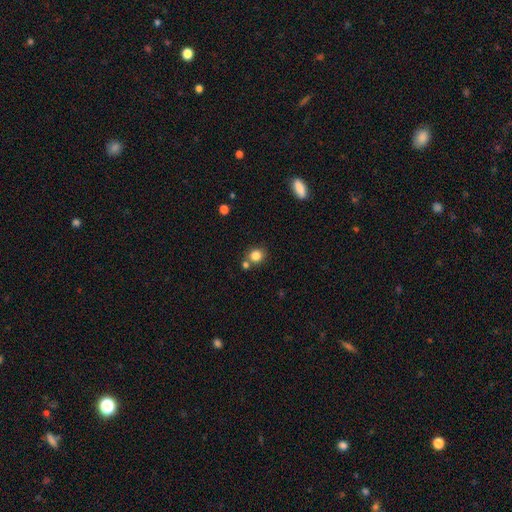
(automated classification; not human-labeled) Overall: smooth (83%). How rounded: round (84%). Merging: none (68%).